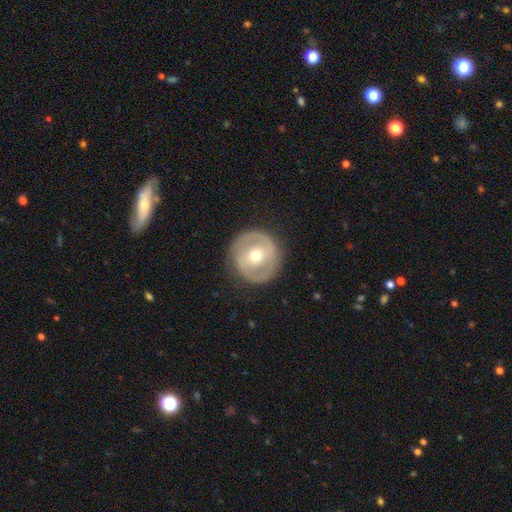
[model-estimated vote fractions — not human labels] A featured or disk galaxy (65%) with no bar (47%), spiral arms (58%) and a moderate central bulge (66%).

Vote fractions:
- Smooth or featured? featured or disk: 65% / smooth: 29% / star or artifact: 6%
- Edge-on disk? no: 96% / yes: 4%
- Bar? no: 47% / weak: 34% / strong: 19%
- Spiral arms? yes: 58% / no: 42%
- Bulge size? moderate: 66% / small: 28% / large: 4% / dominant: 1% / none: 1%
- Merging? none: 87% / minor disturbance: 9% / major disturbance: 4% / merger: 1%